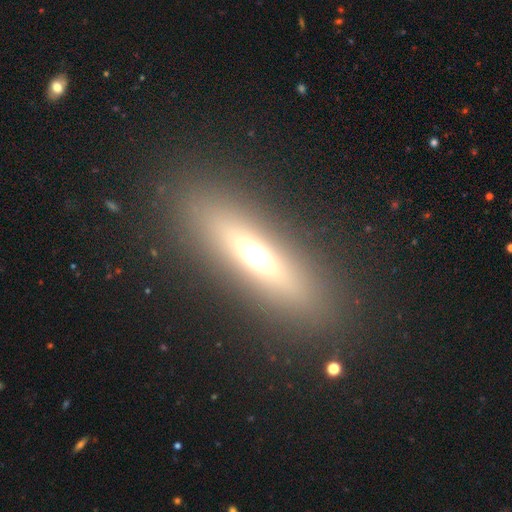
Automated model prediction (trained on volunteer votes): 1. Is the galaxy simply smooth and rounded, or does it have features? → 46% smooth, 42% featured or disk, 13% star or artifact.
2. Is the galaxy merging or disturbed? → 87% none, 8% minor disturbance, 4% major disturbance, 1% merger.